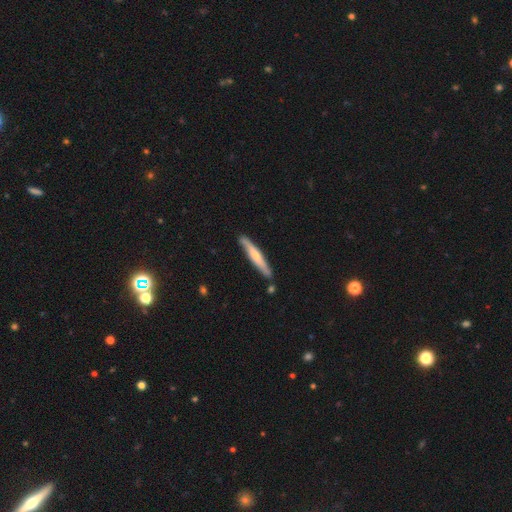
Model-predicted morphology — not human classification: Smooth or featured: smooth — 50% (featured or disk — 46%)
Merging: none — 81% (minor disturbance — 13%)